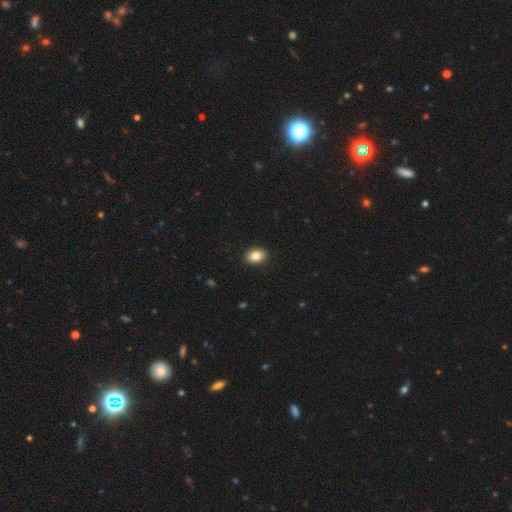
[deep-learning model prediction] A smooth galaxy with no disk features (84%) that is in between round and cigar-shaped (68%). Merging: none (91%).